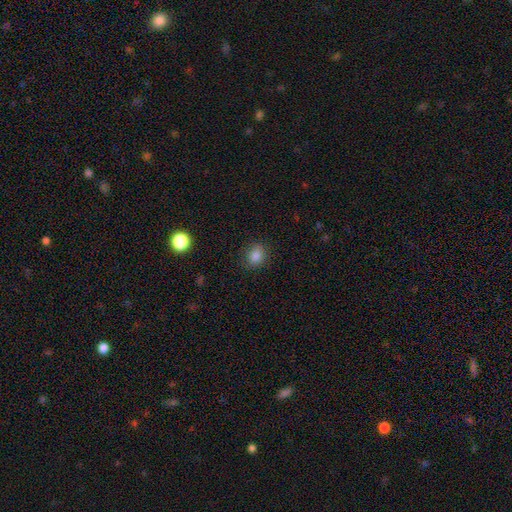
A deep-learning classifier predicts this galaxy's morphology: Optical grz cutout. It shows a smooth galaxy with no disk features (84%) that is round (67%). Merging: none (86%).